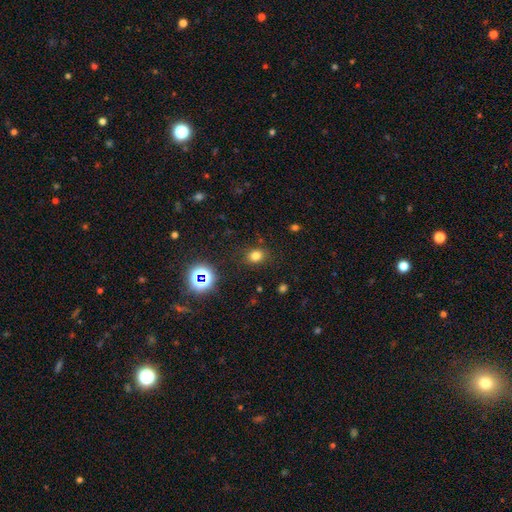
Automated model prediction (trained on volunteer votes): This appears to be a smooth galaxy with no disk features (74%) that is round (53%). Merging: none (83%).